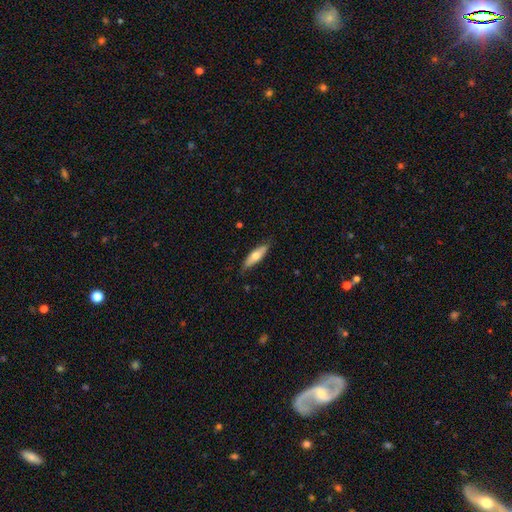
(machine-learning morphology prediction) A smooth galaxy with no disk features (61%) that is cigar-shaped (54%). Merging: none (79%).